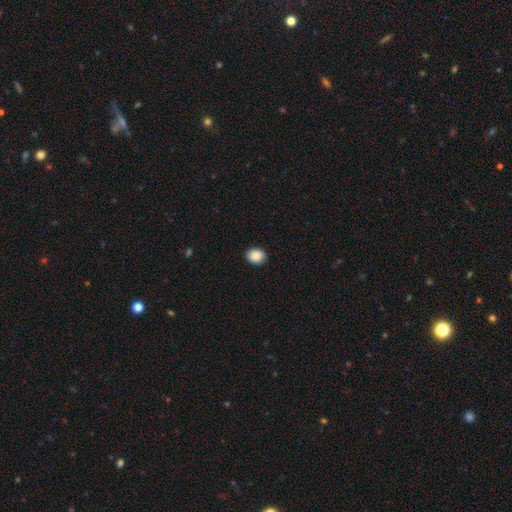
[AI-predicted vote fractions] Smooth or featured? smooth (89%)
How rounded? round (53%)
Merging? none (88%)